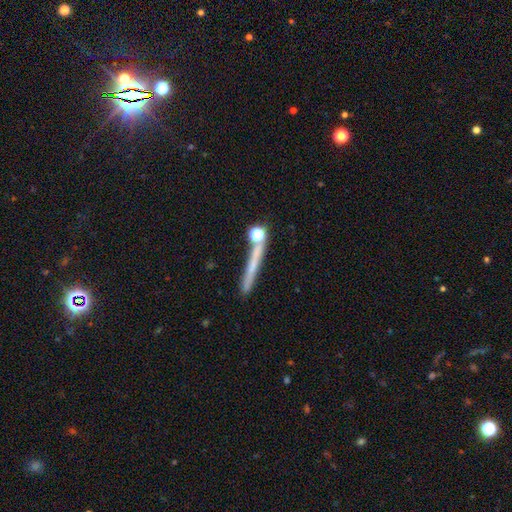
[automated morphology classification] This appears to be a smooth galaxy with no disk features (52%) that is cigar-shaped (85%). Merging: none (75%).